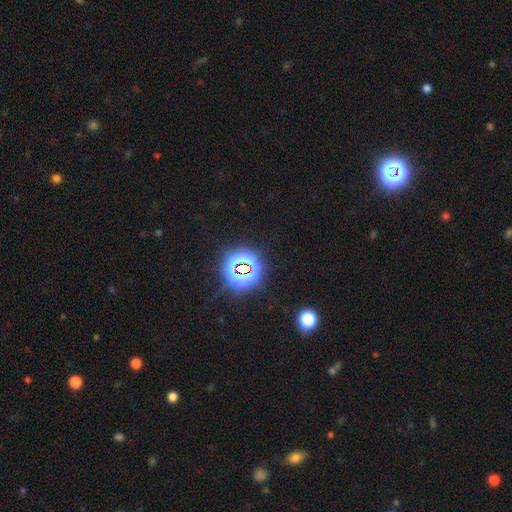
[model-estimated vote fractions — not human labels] Smooth or featured? star or artifact (79%)